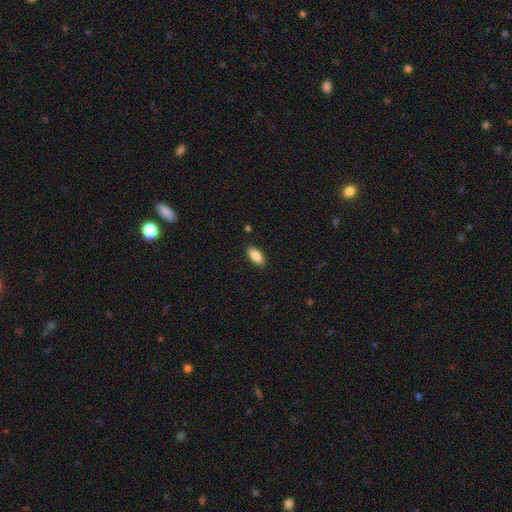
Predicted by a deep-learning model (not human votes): Morphology: type=smooth (86%); roundness=in between (89%); merging=none (88%).